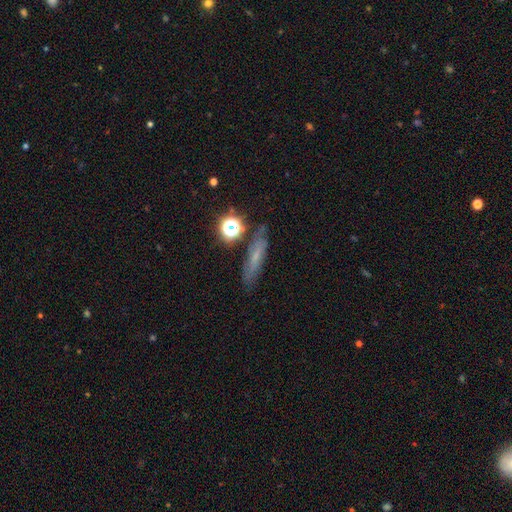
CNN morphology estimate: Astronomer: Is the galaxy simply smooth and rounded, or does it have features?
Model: smooth — 45% (runner-up: featured or disk, 34%).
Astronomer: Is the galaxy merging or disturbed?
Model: none — 76%.